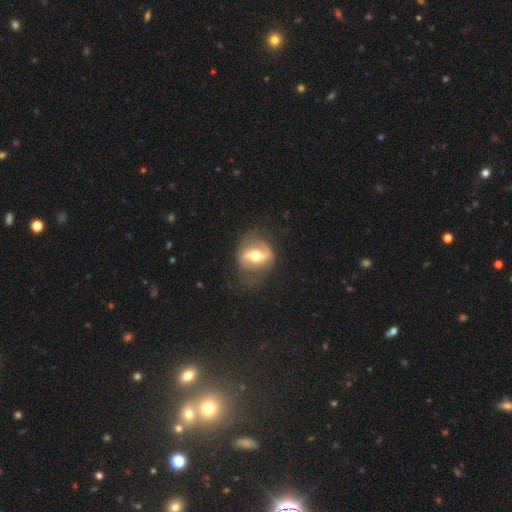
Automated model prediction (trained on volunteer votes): Smooth or featured?
  - featured or disk: 70% *
  - smooth: 25%
  - star or artifact: 6%
Edge-on disk?
  - no: 93% *
  - yes: 7%
Bar?
  - strong: 46% *
  - weak: 34%
  - no: 19%
Spiral arms?
  - yes: 69% *
  - no: 31%
Bulge size?
  - moderate: 68% *
  - large: 19%
  - small: 10%
  - dominant: 2%
  - none: 1%
Merging?
  - none: 65% *
  - minor disturbance: 20%
  - major disturbance: 13%
  - merger: 1%